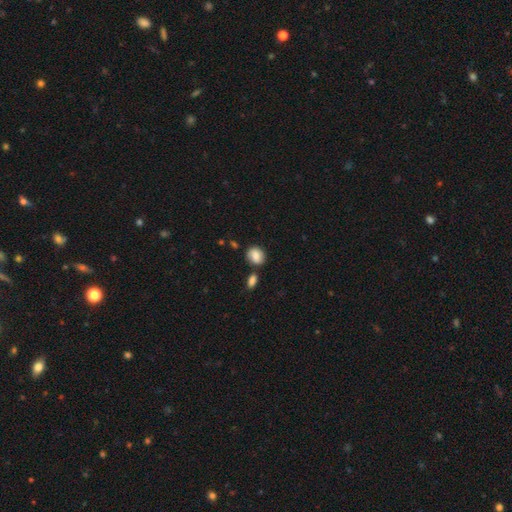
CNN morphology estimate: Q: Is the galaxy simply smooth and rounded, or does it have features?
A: smooth — 75%.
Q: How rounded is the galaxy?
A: round — 60%.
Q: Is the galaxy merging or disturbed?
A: none — 70%.